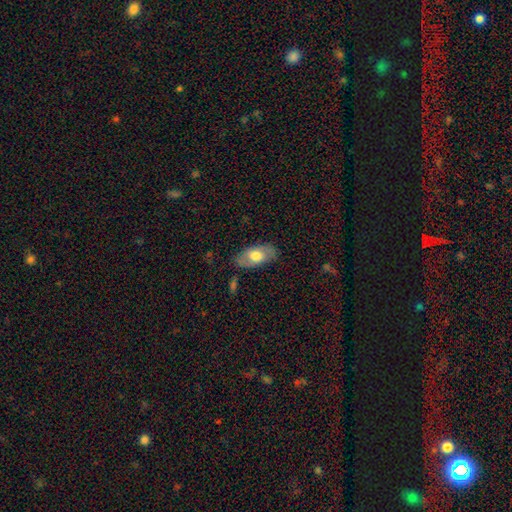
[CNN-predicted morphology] This appears to be a smooth galaxy with no disk features (64%) that is in between round and cigar-shaped (92%). Merging: none (79%).